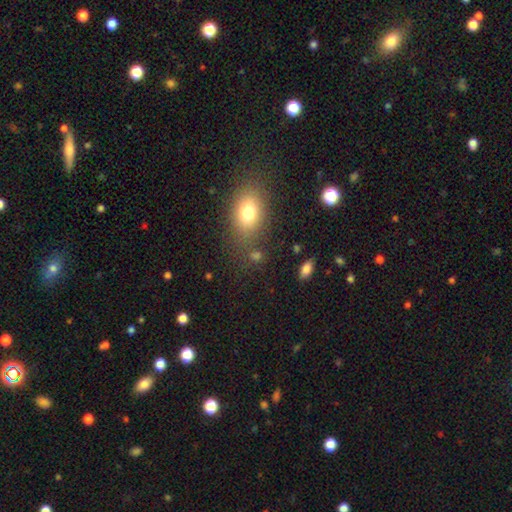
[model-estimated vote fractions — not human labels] Q: Smooth or featured?
A: smooth (69%); runner-up: star or artifact (21%)
Q: How rounded?
A: in between (51%); runner-up: round (44%)
Q: Merging?
A: none (72%); runner-up: minor disturbance (13%)